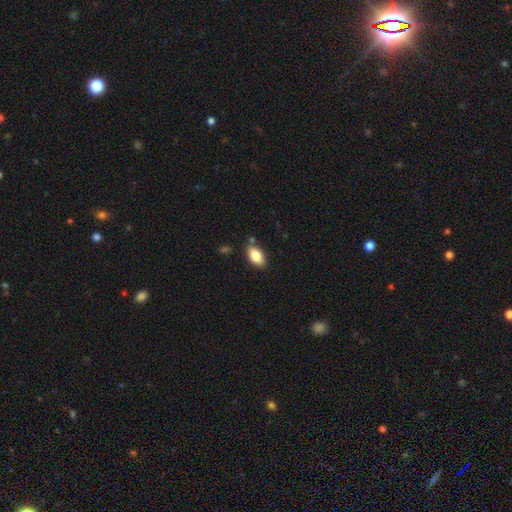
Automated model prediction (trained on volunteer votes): Smooth or featured? smooth (83%)
How rounded? in between (92%)
Merging? none (81%)